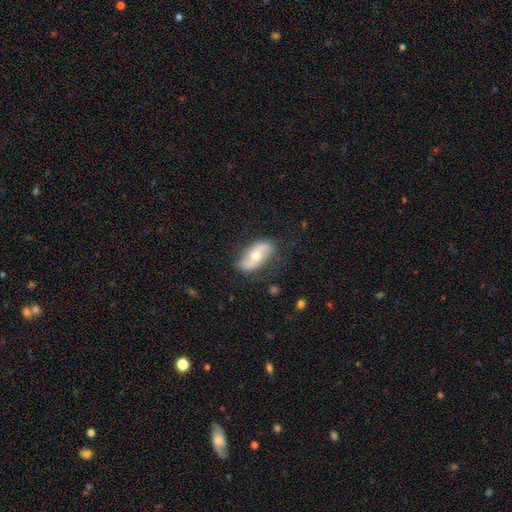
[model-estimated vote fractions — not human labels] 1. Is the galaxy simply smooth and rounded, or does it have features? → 60% featured or disk, 35% smooth, 6% star or artifact.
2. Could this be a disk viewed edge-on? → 89% no, 11% yes.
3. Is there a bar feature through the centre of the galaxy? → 52% no, 28% weak, 20% strong.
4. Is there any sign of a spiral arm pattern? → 76% yes, 24% no.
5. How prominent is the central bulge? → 69% moderate, 25% small, 4% large, 1% none, 1% dominant.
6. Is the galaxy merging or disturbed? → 76% none, 17% minor disturbance, 5% major disturbance, 1% merger.